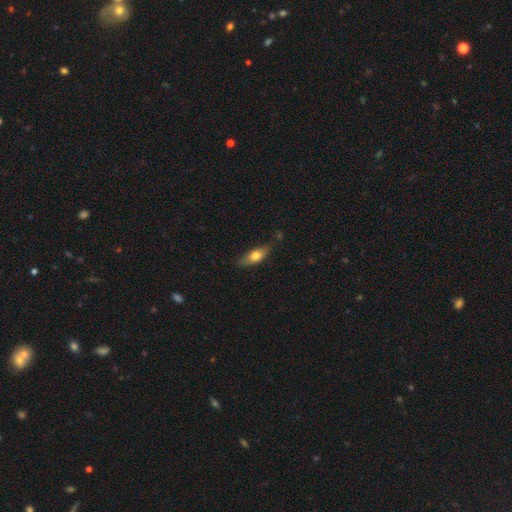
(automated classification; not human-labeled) This is likely a smooth galaxy (64%). How rounded: likely in between (65%). Merging: likely none (74%).